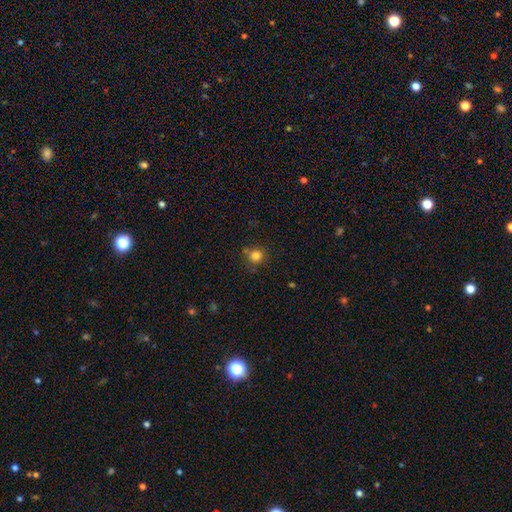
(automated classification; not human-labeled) smooth_or_featured: smooth (p=0.81) [alt: star or artifact p=0.13]
how_rounded: round (p=0.91) [alt: in between p=0.08]
merging: none (p=0.77) [alt: minor disturbance p=0.11]